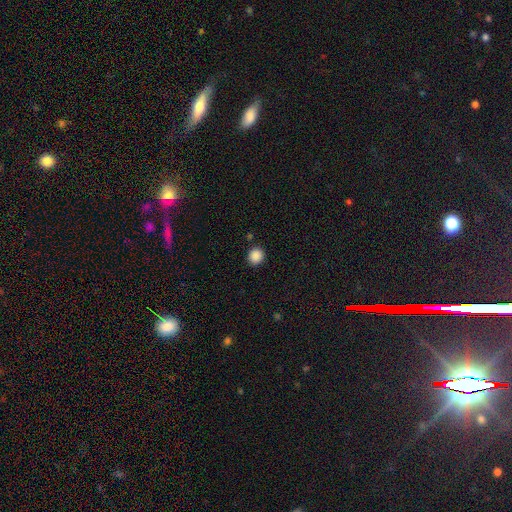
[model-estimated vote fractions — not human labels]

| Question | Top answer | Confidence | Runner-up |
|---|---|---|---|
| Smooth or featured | smooth | 88% | star or artifact (10%) |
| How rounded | round | 86% | in between (13%) |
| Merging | none | 89% | minor disturbance (7%) |